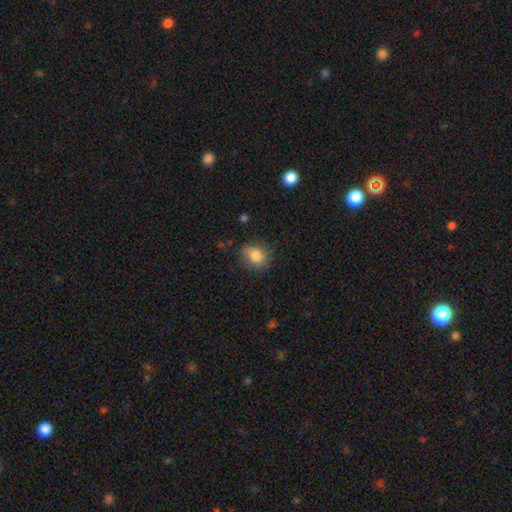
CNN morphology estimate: This is clearly a smooth galaxy (83%). How rounded: likely round (63%). Merging: likely none (74%).